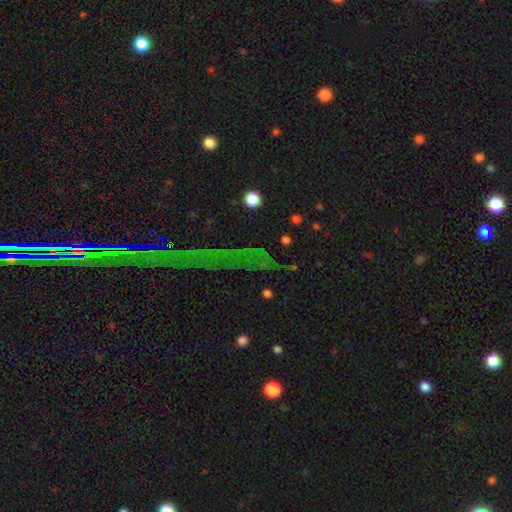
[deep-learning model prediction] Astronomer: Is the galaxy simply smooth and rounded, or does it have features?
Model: star or artifact — 76%.